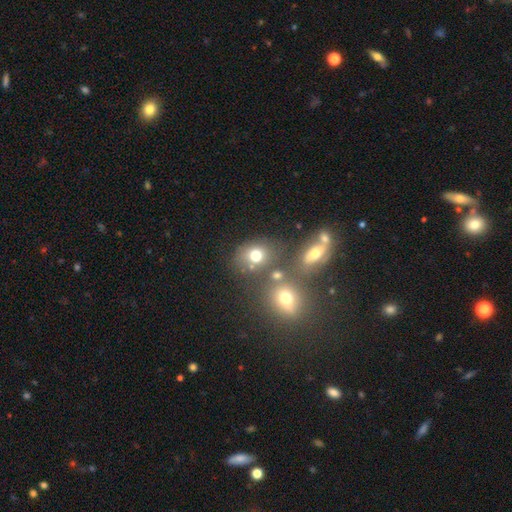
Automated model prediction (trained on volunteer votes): Q: Smooth or featured?
A: smooth (71%); runner-up: star or artifact (18%)
Q: How rounded?
A: round (64%); runner-up: in between (35%)
Q: Merging?
A: none (58%); runner-up: merger (24%)